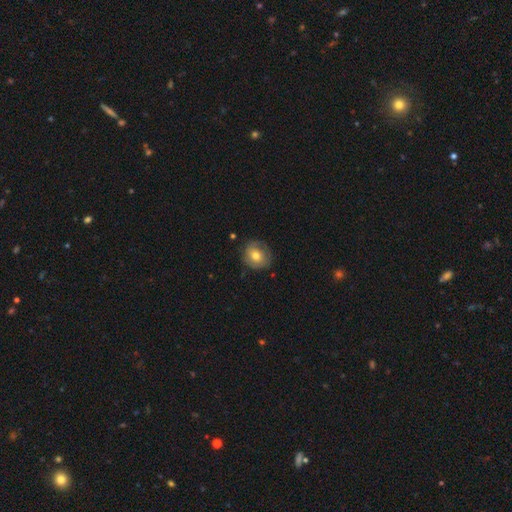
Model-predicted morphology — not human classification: smooth-or-featured: smooth: 63% | featured or disk: 29% | star or artifact: 8%
  how-rounded: round: 78% | in between: 21% | cigar-shaped: 1%
  merging: none: 73% | minor disturbance: 20% | major disturbance: 5% | merger: 1%